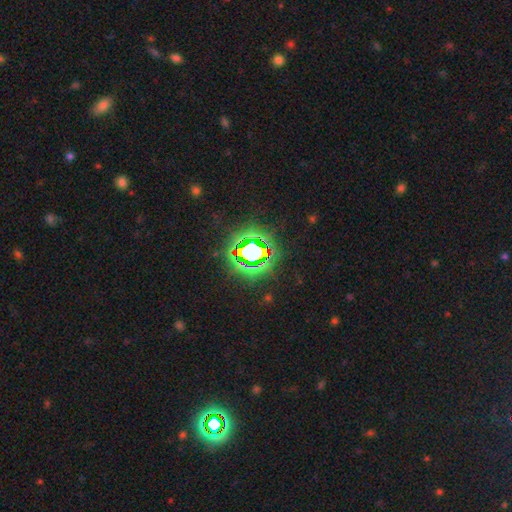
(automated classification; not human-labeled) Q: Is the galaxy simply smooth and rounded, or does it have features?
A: star or artifact — 76%.